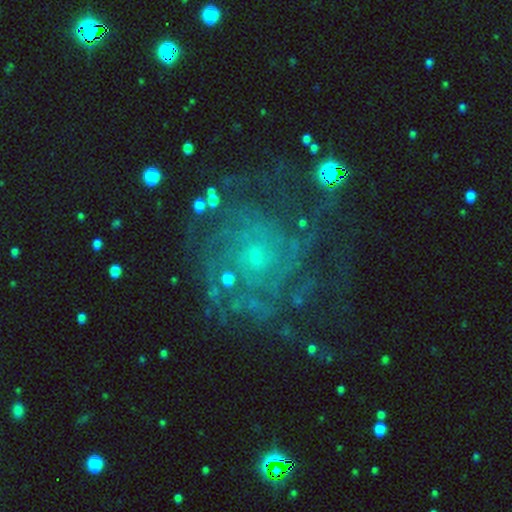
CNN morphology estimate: Overall: featured or disk (73%). Edge-on disk: no (97%). Bar: no (81%). Spiral arms: yes (84%). Spiral arm count: can't tell (46%; 3 13%). Spiral winding: tight (61%; medium 28%). Bulge size: small (73%). Merging: none (68%).